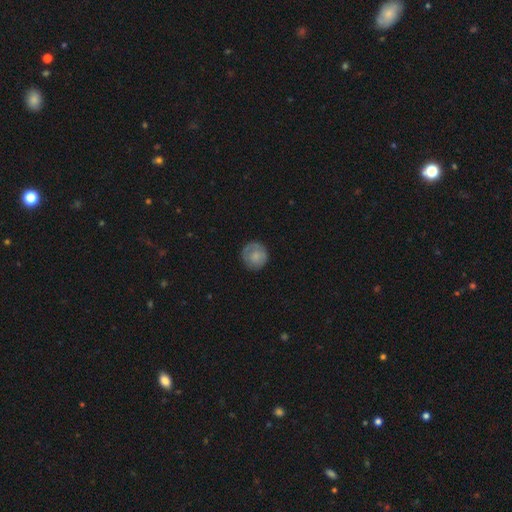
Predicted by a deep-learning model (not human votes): Smooth or featured?
  - smooth: 72% *
  - featured or disk: 20%
  - star or artifact: 7%
How rounded?
  - round: 92% *
  - in between: 7%
  - cigar-shaped: 1%
Merging?
  - none: 77% *
  - minor disturbance: 16%
  - major disturbance: 5%
  - merger: 1%